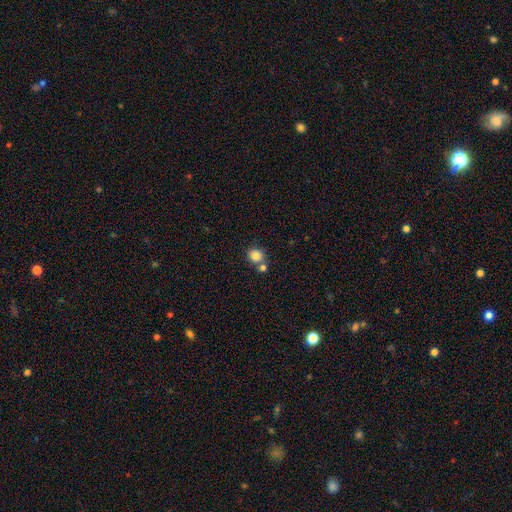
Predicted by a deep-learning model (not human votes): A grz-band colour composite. It shows a smooth galaxy with no disk features (84%) that is round (79%). Merging: none (61%).